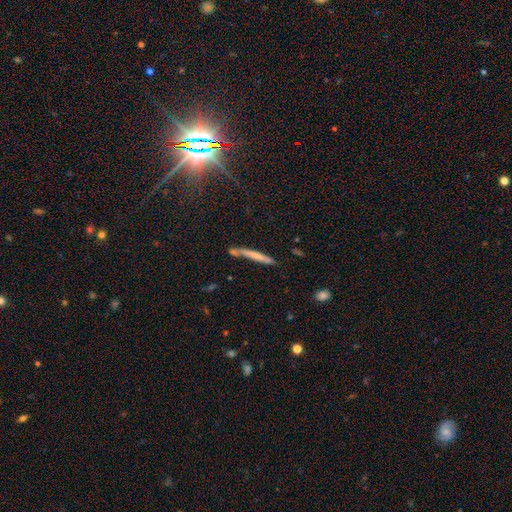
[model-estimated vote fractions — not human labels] The model was most divided on "smooth or featured": smooth: 60%, featured or disk: 32%, star or artifact: 8%. More confident: how rounded — cigar-shaped (95%); merging — none (69%).